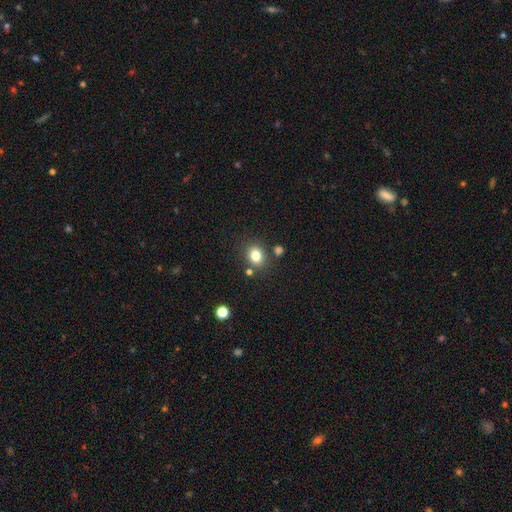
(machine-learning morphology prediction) A smooth galaxy with no disk features (80%) that is round (63%).

Vote fractions:
- Smooth or featured? smooth: 80% / star or artifact: 13% / featured or disk: 7%
- How rounded? round: 63% / in between: 37% / cigar-shaped: 1%
- Merging? none: 78% / minor disturbance: 11% / merger: 7% / major disturbance: 4%